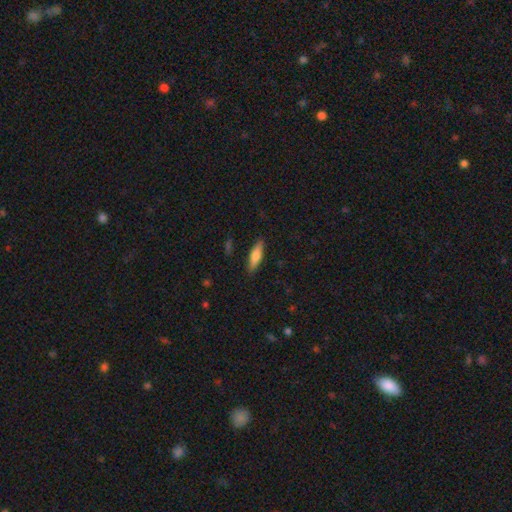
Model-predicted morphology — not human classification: Smooth or featured? Predicted: smooth (p=0.75). How rounded? Predicted: cigar-shaped (p=0.62). Merging? Predicted: none (p=0.88).